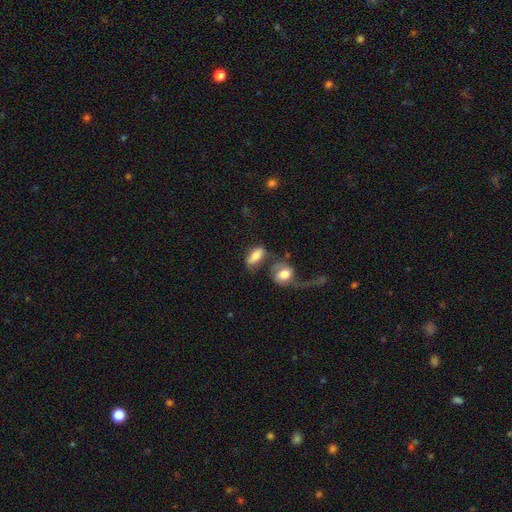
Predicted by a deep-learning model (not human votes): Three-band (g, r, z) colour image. It shows a smooth galaxy with no disk features (71%) that is in between round and cigar-shaped (83%). Merging: none (36%).